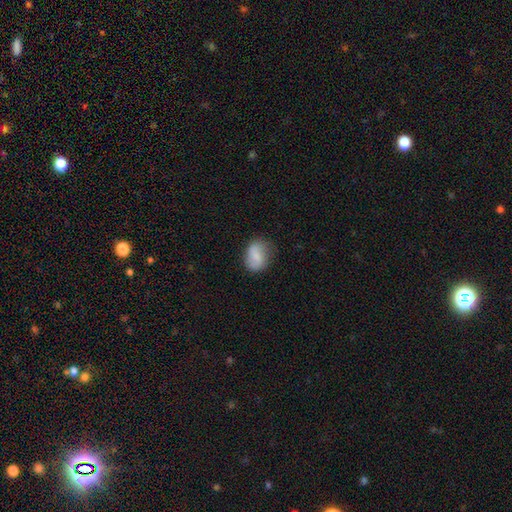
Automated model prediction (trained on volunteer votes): Smooth or featured: smooth — 74% (featured or disk — 18%)
How rounded: in between — 68% (round — 30%)
Merging: none — 62% (minor disturbance — 28%)